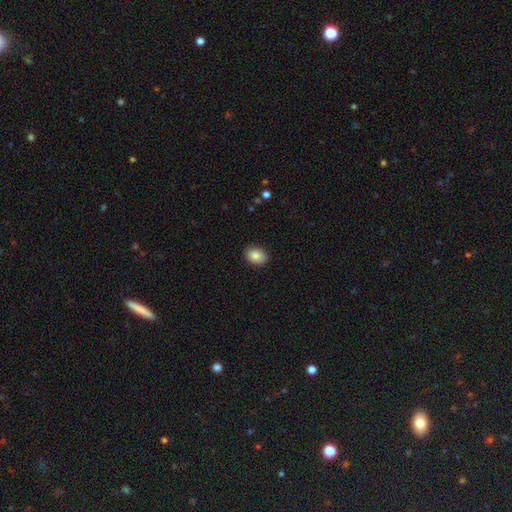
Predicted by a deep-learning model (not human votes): The model was most divided on "how rounded": in between: 70%, round: 29%, cigar-shaped: 1%. More confident: merging — none (90%); smooth or featured — smooth (85%).